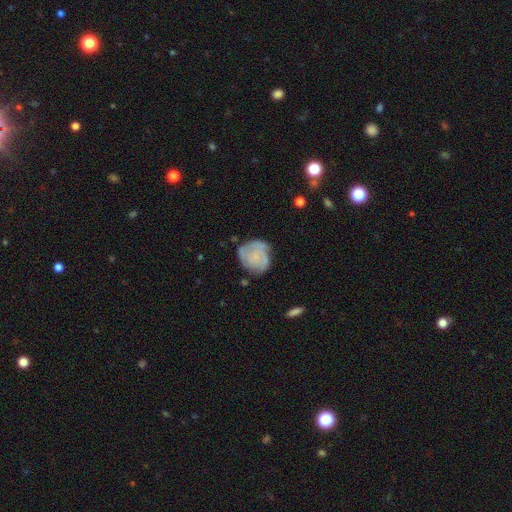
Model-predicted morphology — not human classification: This is likely a featured or disk galaxy (61%). It is clearly not viewed edge-on (98%). Bar: likely no (77%). Spiral arm pattern: clearly yes (83%). Central bulge: possibly small (47%). Merging: likely none (63%).